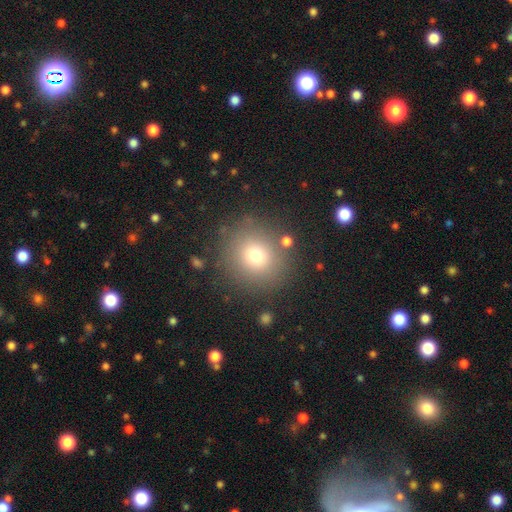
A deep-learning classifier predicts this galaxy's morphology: A smooth galaxy with no disk features (72%) that is round (91%).

Vote fractions:
- Smooth or featured? smooth: 72% / star or artifact: 17% / featured or disk: 12%
- How rounded? round: 91% / in between: 8% / cigar-shaped: 1%
- Merging? none: 85% / minor disturbance: 8% / major disturbance: 4% / merger: 3%